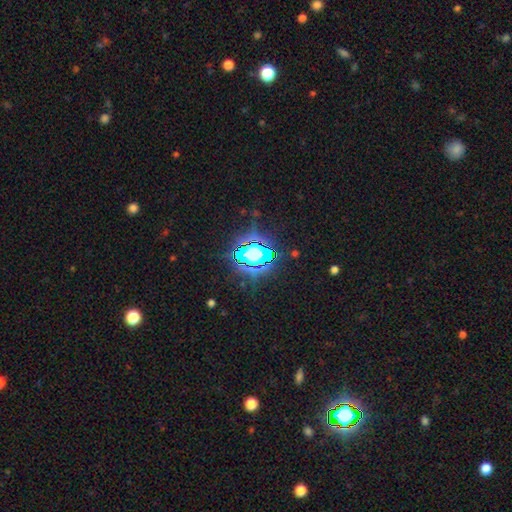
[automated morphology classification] This is likely a star or artifact rather than a galaxy (66%).